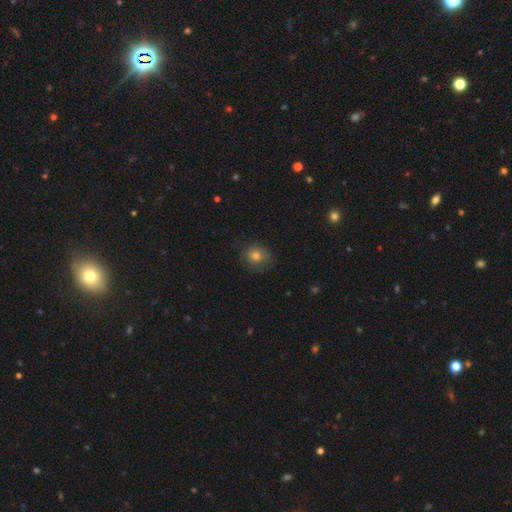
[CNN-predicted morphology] smooth_or_featured: smooth (p=0.77) [alt: star or artifact p=0.12]
how_rounded: round (p=0.81) [alt: in between p=0.19]
merging: none (p=0.80) [alt: minor disturbance p=0.14]